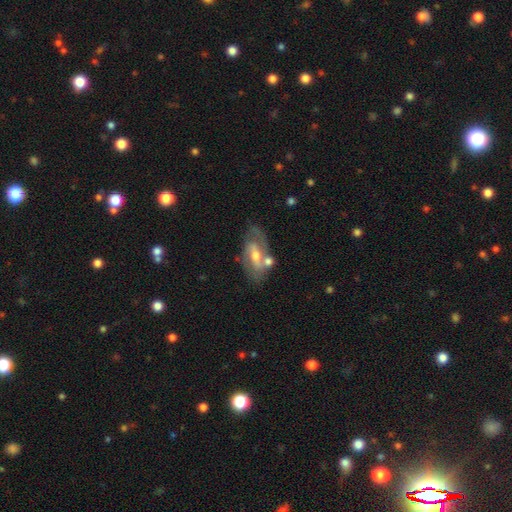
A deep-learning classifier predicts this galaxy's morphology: featured or disk 77%, smooth 16%, star or artifact 8%. Down the decision tree: edge-on disk — no (91%); bar — weak (48%); spiral arms — yes (85%); spiral arm count — 2 (70%); spiral winding — medium (47%); bulge size — moderate (56%); merging — none (61%).